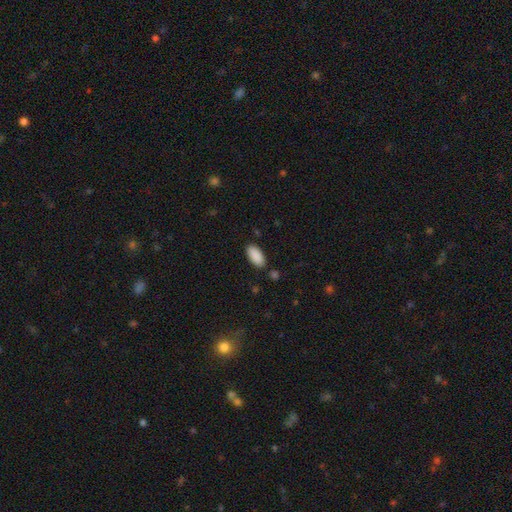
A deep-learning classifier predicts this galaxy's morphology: A smooth galaxy with no disk features (91%) that is in between round and cigar-shaped (92%). Merging: none (85%).